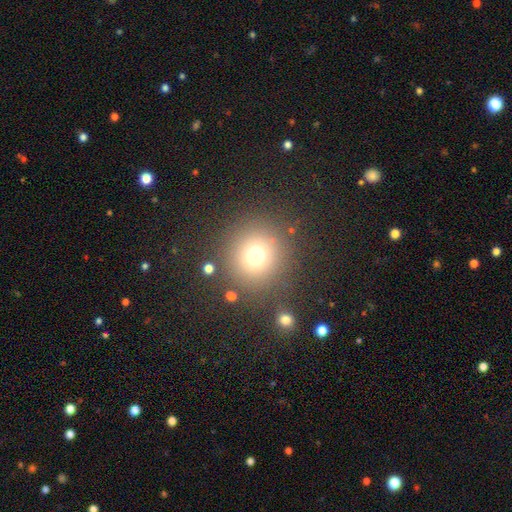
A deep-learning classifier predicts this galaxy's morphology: This appears to be a smooth galaxy with no disk features (71%) that is round (93%). Merging: none (83%).